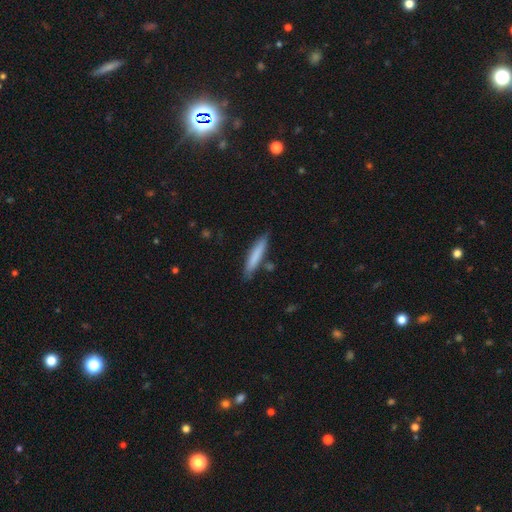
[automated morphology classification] Smooth or featured?
  - smooth: 77% *
  - featured or disk: 17%
  - star or artifact: 6%
How rounded?
  - cigar-shaped: 89% *
  - in between: 10%
  - round: 1%
Merging?
  - none: 82% *
  - minor disturbance: 13%
  - merger: 3%
  - major disturbance: 2%